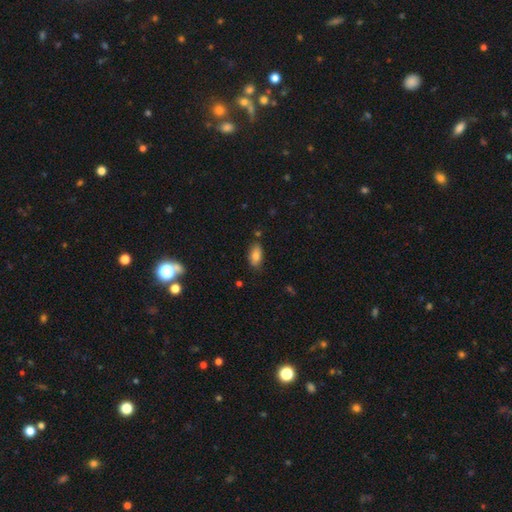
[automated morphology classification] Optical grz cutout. It shows a smooth galaxy with no disk features (80%) that is in between round and cigar-shaped (91%). Merging: none (79%).